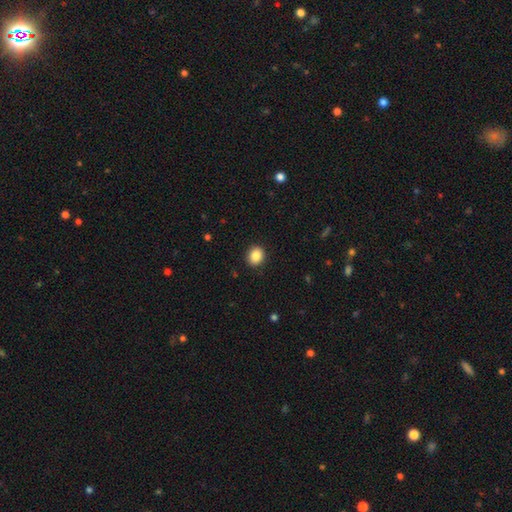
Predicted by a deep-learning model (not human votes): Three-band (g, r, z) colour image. It shows a smooth galaxy with no disk features (87%) that is round (67%). Merging: none (91%).